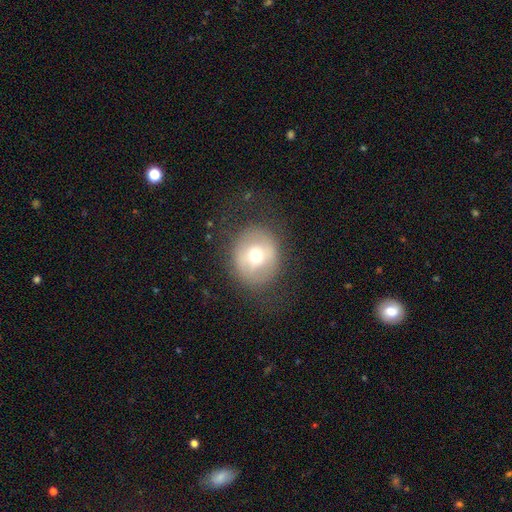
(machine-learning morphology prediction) type=smooth (55%); roundness=round (80%); merging=none (75%).